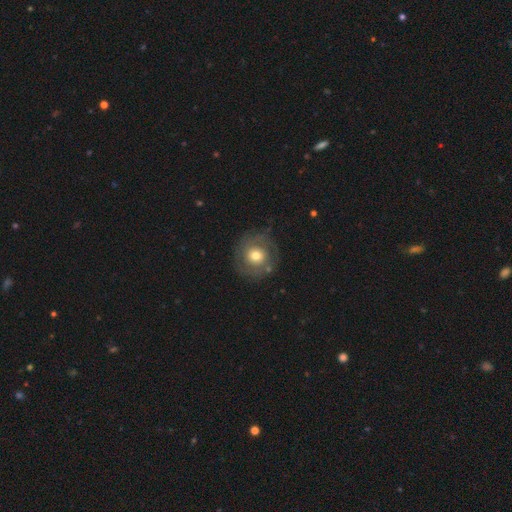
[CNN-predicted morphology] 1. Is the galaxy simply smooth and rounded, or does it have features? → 47% smooth, 44% featured or disk, 9% star or artifact.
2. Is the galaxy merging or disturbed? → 76% none, 14% minor disturbance, 8% major disturbance, 2% merger.